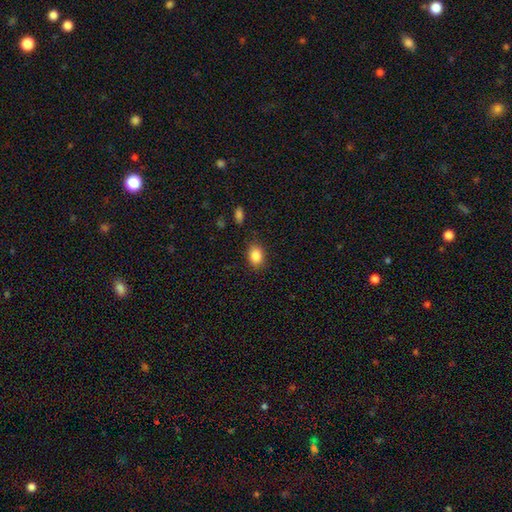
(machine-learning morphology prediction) smooth 86%, star or artifact 9%, featured or disk 5%. Down the decision tree: how rounded — in between (71%); merging — none (83%).